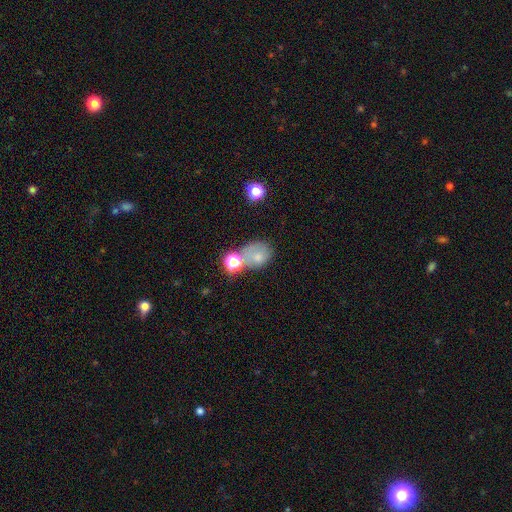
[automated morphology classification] smooth 65%, featured or disk 19%, star or artifact 16%. Down the decision tree: how rounded — in between (52%); merging — none (39%).